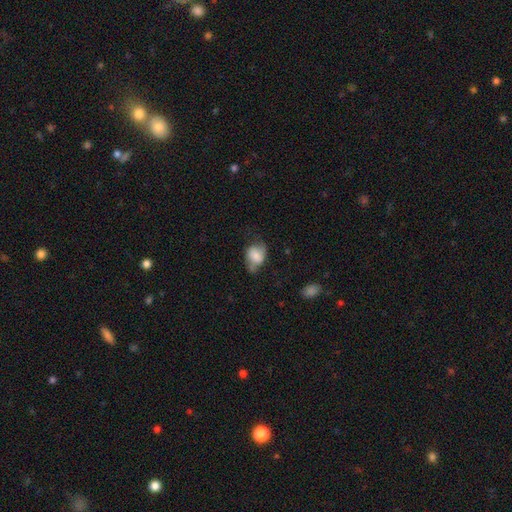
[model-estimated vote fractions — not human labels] smooth-or-featured: smooth: 63% | featured or disk: 29% | star or artifact: 8%
  how-rounded: in between: 66% | round: 32% | cigar-shaped: 1%
  merging: none: 42% | minor disturbance: 33% | major disturbance: 21% | merger: 3%